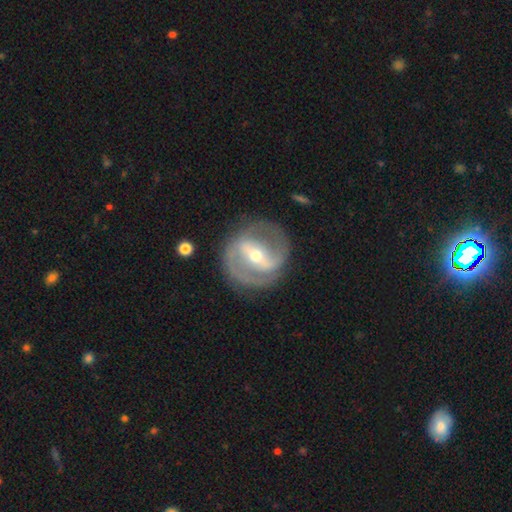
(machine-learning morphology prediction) A featured or disk galaxy (83%) with a strong bar (58%), 2 (85%) medium (47%) spiral arms (85%) and a moderate central bulge (53%).

Vote fractions:
- Smooth or featured? featured or disk: 83% / smooth: 12% / star or artifact: 5%
- Edge-on disk? no: 96% / yes: 4%
- Bar? strong: 58% / weak: 30% / no: 13%
- Spiral arms? yes: 85% / no: 15%
- Spiral winding? medium: 47% / tight: 35% / loose: 18%
- Spiral arm count? 2: 85% / can't tell: 7% / 1: 3% / 3: 3% / 4: 1% / more than 4: 1%
- Bulge size? moderate: 53% / small: 42% / large: 3% / none: 1% / dominant: 1%
- Merging? none: 80% / minor disturbance: 12% / major disturbance: 6% / merger: 1%